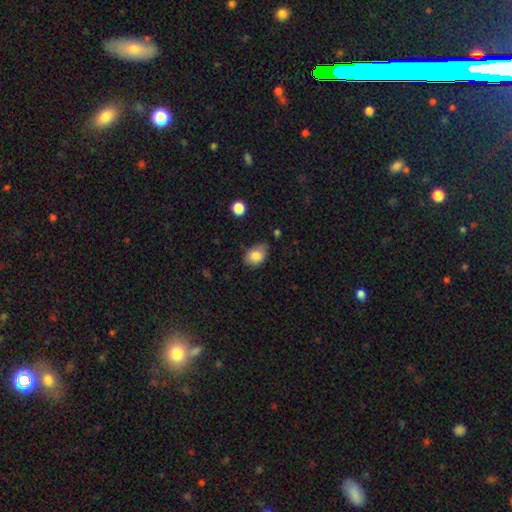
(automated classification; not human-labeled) Smooth or featured? Predicted: smooth (p=0.84). How rounded? Predicted: in between (p=0.75). Merging? Predicted: none (p=0.65).